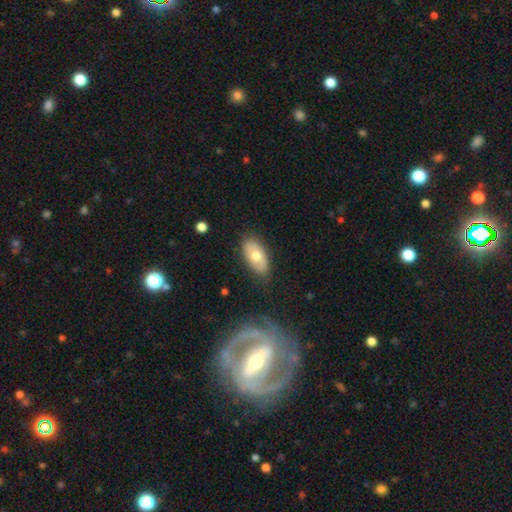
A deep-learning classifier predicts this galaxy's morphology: type=smooth (65%); roundness=in between (92%); merging=none (81%).